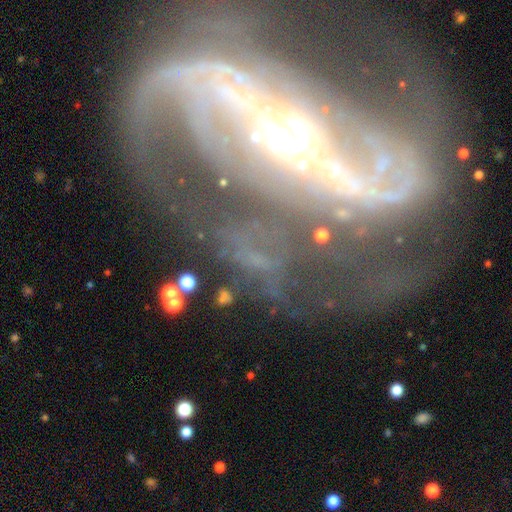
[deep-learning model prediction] Morphology: type=featured or disk (89%); edge-on=no (94%); bar=strong (69%); spiral arms=yes (93%); winding=medium (43%); arm count=2 (75%); bulge=moderate (56%); merging=none (46%).